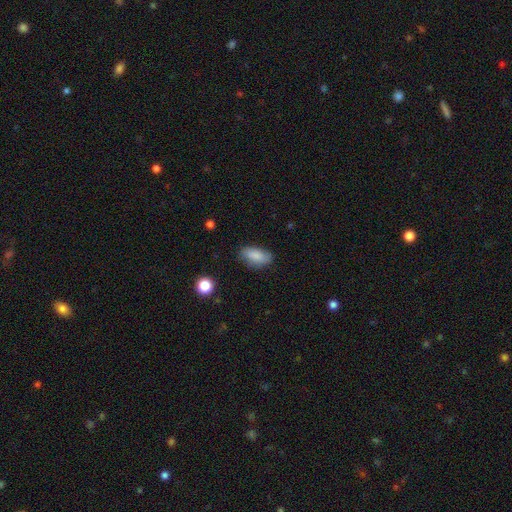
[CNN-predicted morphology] type=smooth (85%); roundness=in between (88%); merging=none (75%).